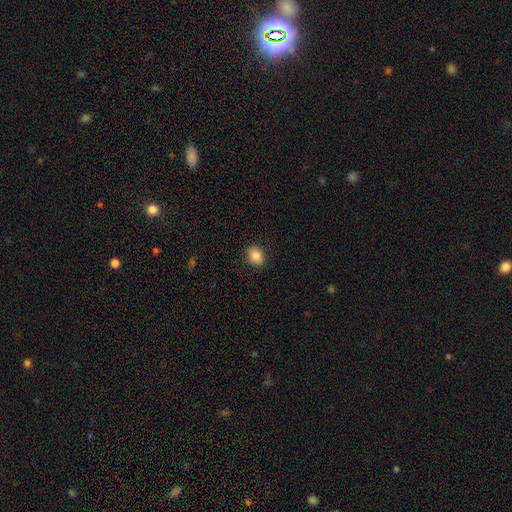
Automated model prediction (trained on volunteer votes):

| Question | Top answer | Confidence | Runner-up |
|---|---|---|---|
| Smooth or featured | smooth | 85% | star or artifact (9%) |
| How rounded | in between | 51% | round (48%) |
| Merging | none | 90% | minor disturbance (8%) |